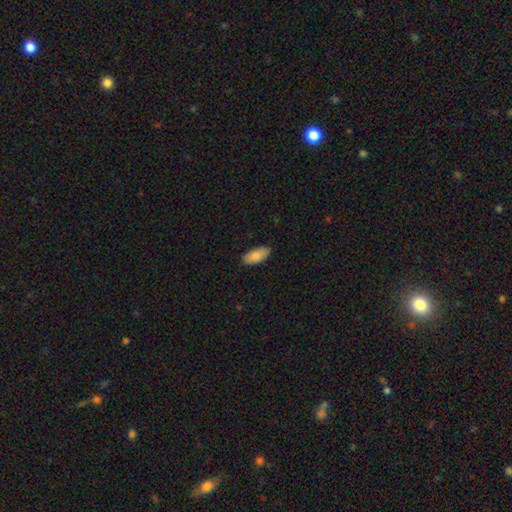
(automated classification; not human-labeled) This appears to be a smooth galaxy with no disk features (88%) that is in between round and cigar-shaped (91%). Merging: none (87%).